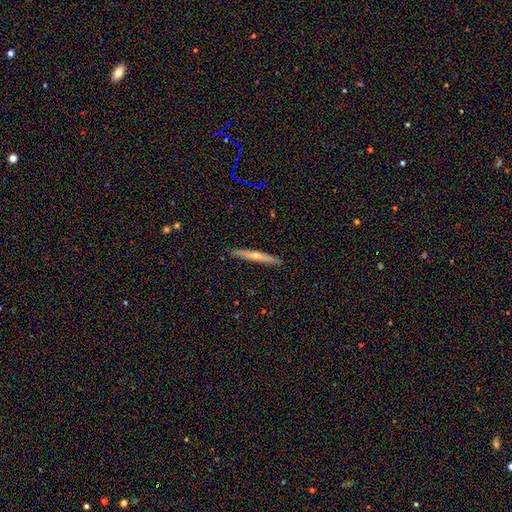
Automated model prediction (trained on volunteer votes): Morphology: type=featured or disk (60%); edge-on=yes (96%); edge-on bulge=rounded (74%); merging=none (91%).